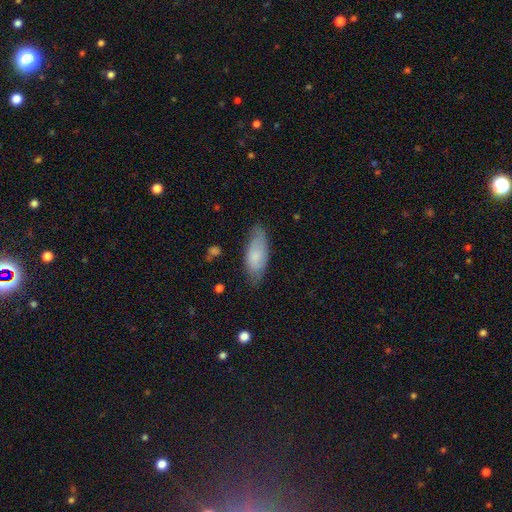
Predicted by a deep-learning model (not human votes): Overall: smooth (75%). How rounded: in between (80%). Merging: none (70%).